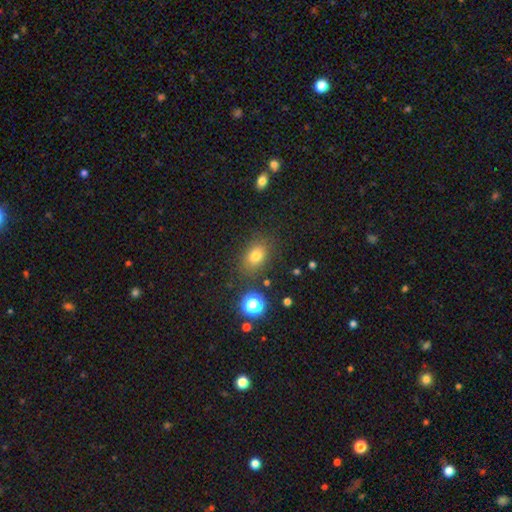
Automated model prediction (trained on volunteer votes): Q: Smooth or featured?
A: smooth (76%); runner-up: star or artifact (15%)
Q: How rounded?
A: in between (70%); runner-up: round (28%)
Q: Merging?
A: none (80%); runner-up: minor disturbance (12%)